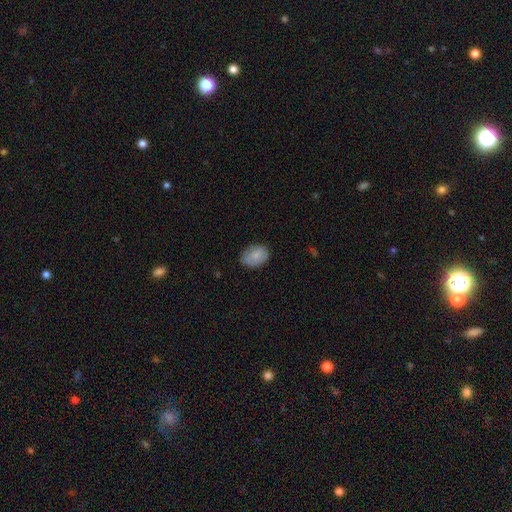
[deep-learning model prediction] smooth-or-featured: smooth: 82% | featured or disk: 11% | star or artifact: 7%
  how-rounded: in between: 76% | round: 23% | cigar-shaped: 1%
  merging: none: 77% | minor disturbance: 18% | major disturbance: 4% | merger: 1%